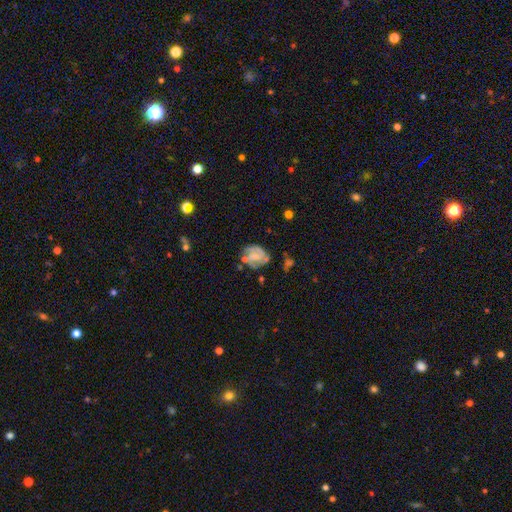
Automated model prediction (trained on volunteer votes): featured or disk 68%, smooth 24%, star or artifact 8%. Down the decision tree: edge-on disk — no (98%); bar — no (50%); spiral arms — yes (80%); spiral arm count — 2 (40%); spiral winding — tight (44%); bulge size — small (43%); merging — none (56%).